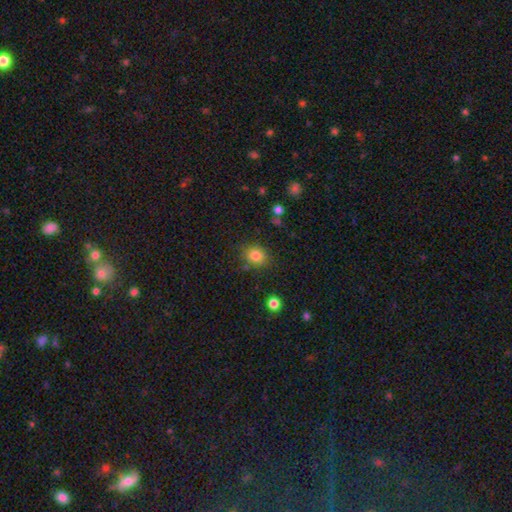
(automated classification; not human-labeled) A smooth galaxy with no disk features (82%) that is round (65%). Merging: none (80%).